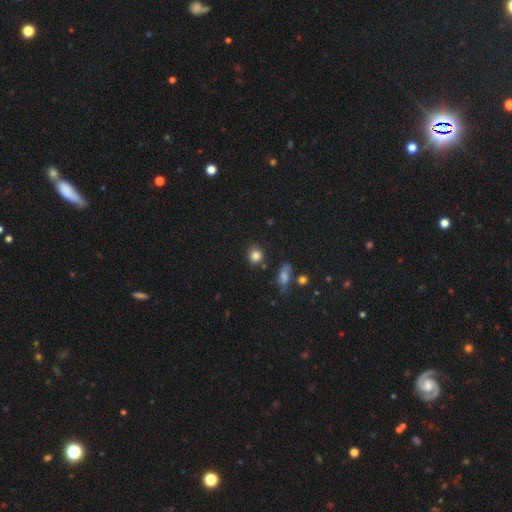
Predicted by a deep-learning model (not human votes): Overall: smooth (83%). How rounded: round (85%). Merging: none (82%).